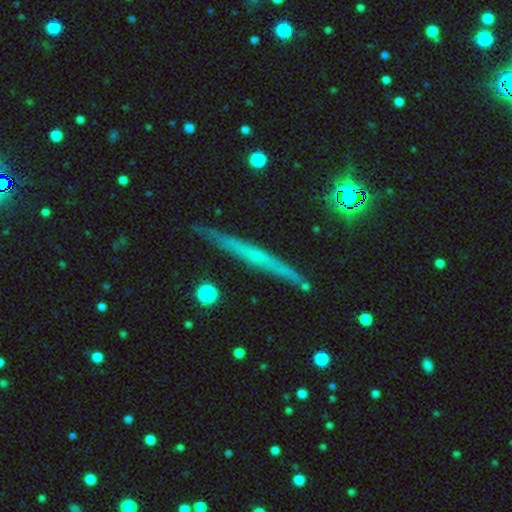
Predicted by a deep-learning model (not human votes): This is possibly a featured or disk galaxy (59%). It is clearly viewed edge-on (97%). Edge-on bulge: likely none (72%). Merging: clearly none (89%).